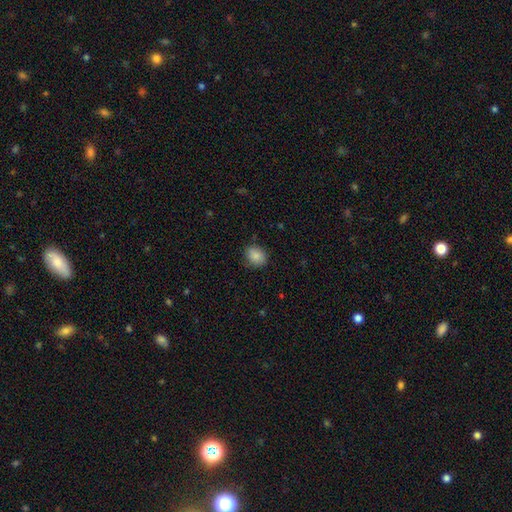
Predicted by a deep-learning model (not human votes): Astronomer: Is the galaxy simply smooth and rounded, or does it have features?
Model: smooth — 87%.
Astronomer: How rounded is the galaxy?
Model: in between — 51% (runner-up: round, 48%).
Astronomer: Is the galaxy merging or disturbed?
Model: none — 82%.